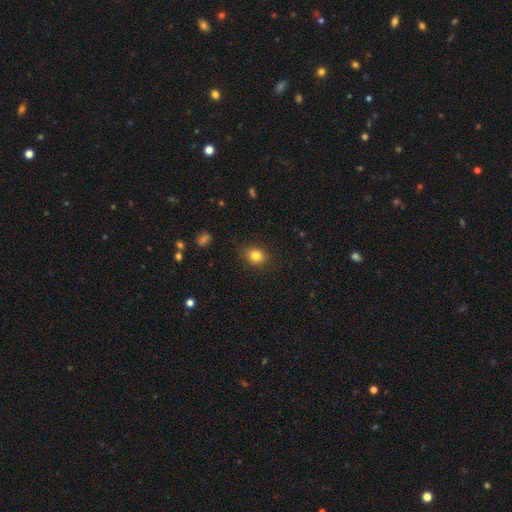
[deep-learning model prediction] Smooth or featured?
  - smooth: 83% *
  - star or artifact: 11%
  - featured or disk: 6%
How rounded?
  - round: 63% *
  - in between: 36%
  - cigar-shaped: 1%
Merging?
  - none: 85% *
  - minor disturbance: 11%
  - major disturbance: 3%
  - merger: 1%